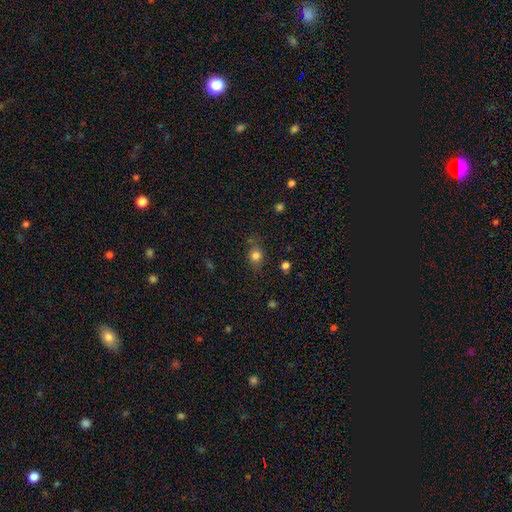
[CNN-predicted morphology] This appears to be a smooth galaxy with no disk features (79%) that is round (58%). Merging: none (75%).